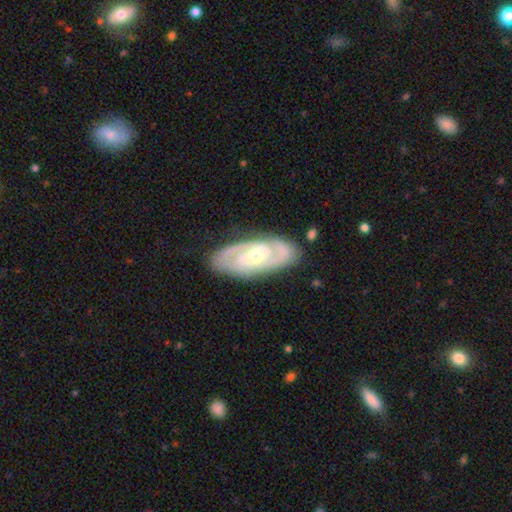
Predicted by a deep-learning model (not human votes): smooth-or-featured: featured or disk: 84% | smooth: 11% | star or artifact: 4%
  disk-edge-on: no: 93% | yes: 7%
    bar: no: 45% | weak: 39% | strong: 16%
    has-spiral-arms: yes: 92% | no: 8%
      spiral-winding: tight: 57% | medium: 35% | loose: 7%
      spiral-arm-count: 2: 73% | can't tell: 14% | 3: 8% | 1: 2% | 4: 2% | more than 4: 2%
    bulge-size: moderate: 58% | small: 37% | large: 3% | none: 1% | dominant: 1%
  merging: none: 84% | minor disturbance: 12% | major disturbance: 3% | merger: 1%